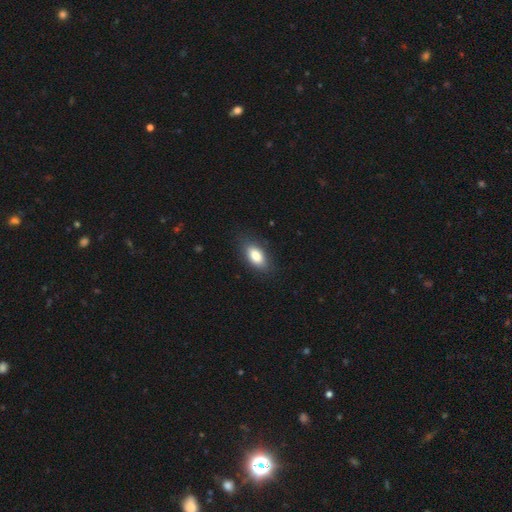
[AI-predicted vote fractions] Smooth or featured: smooth — 83% (featured or disk — 10%)
How rounded: in between — 90% (cigar-shaped — 6%)
Merging: none — 84% (minor disturbance — 12%)